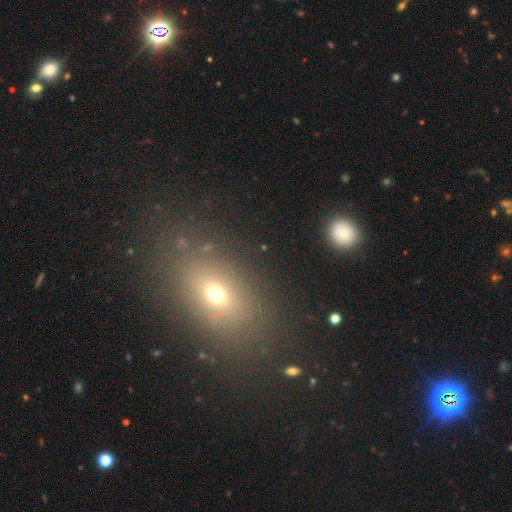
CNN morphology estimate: smooth_or_featured: smooth (p=0.59) [alt: star or artifact p=0.25]
how_rounded: in between (p=0.74) [alt: round p=0.22]
merging: none (p=0.84) [alt: minor disturbance p=0.09]